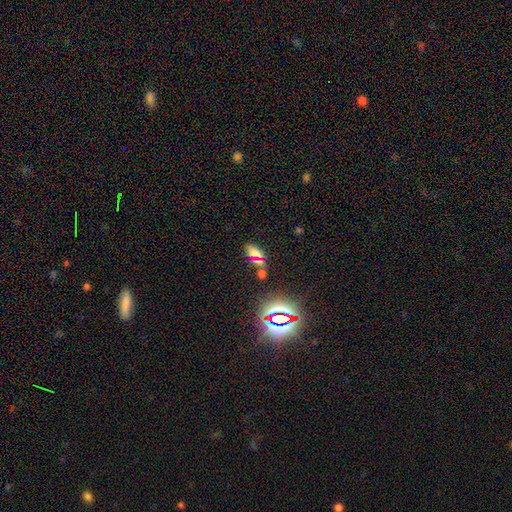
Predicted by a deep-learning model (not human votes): Morphology: type=smooth (56%); roundness=in between (81%); merging=none (66%).